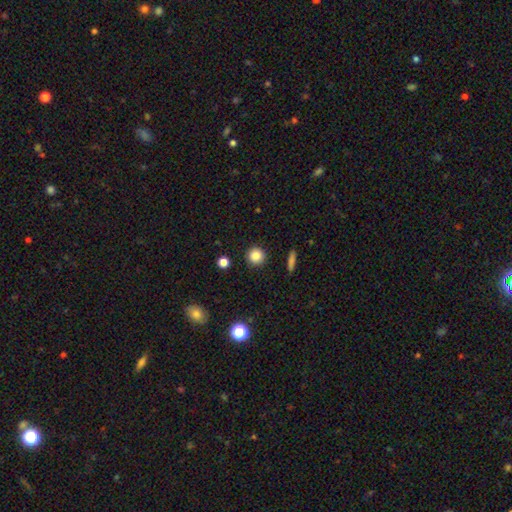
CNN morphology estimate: A smooth galaxy with no disk features (85%) that is round (93%).

Vote fractions:
- Smooth or featured? smooth: 85% / star or artifact: 11% / featured or disk: 5%
- How rounded? round: 93% / in between: 5% / cigar-shaped: 1%
- Merging? none: 91% / minor disturbance: 5% / major disturbance: 2% / merger: 2%